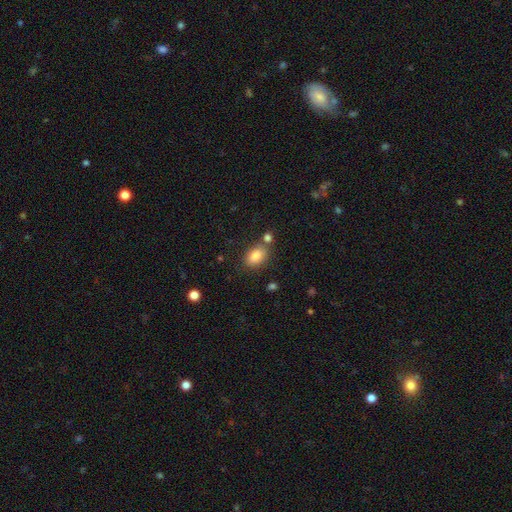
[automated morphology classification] Q: Smooth or featured?
A: smooth (84%); runner-up: star or artifact (9%)
Q: How rounded?
A: in between (86%); runner-up: round (12%)
Q: Merging?
A: none (70%); runner-up: merger (14%)